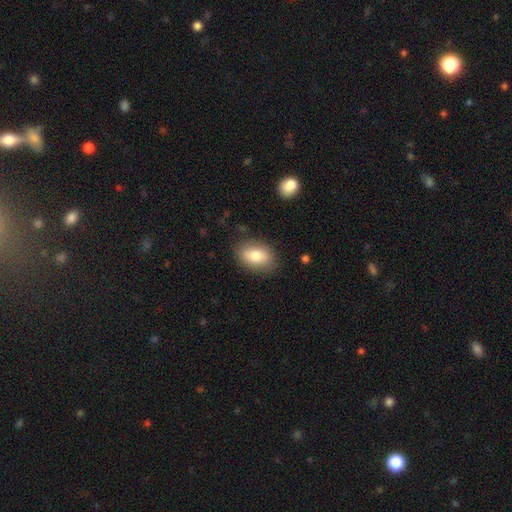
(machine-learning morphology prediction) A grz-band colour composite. It shows a smooth galaxy with no disk features (79%) that is in between round and cigar-shaped (85%). Merging: none (83%).